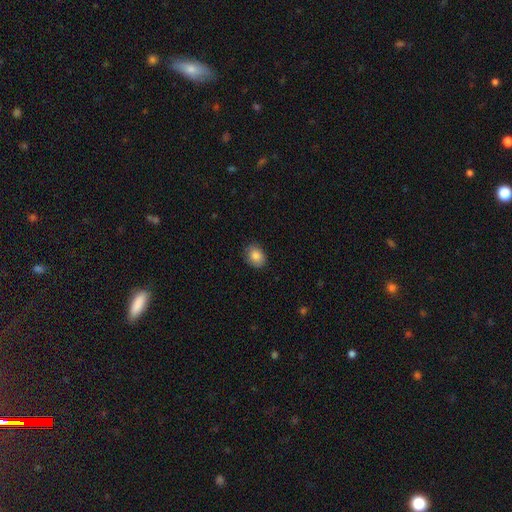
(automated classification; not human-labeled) Smooth or featured? smooth (85%)
How rounded? in between (53%)
Merging? none (84%)